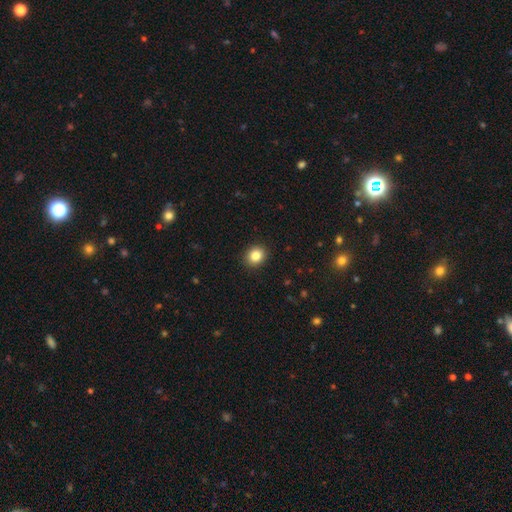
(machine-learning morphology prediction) Overall: smooth (84%). How rounded: round (69%; in between 30%). Merging: none (92%).